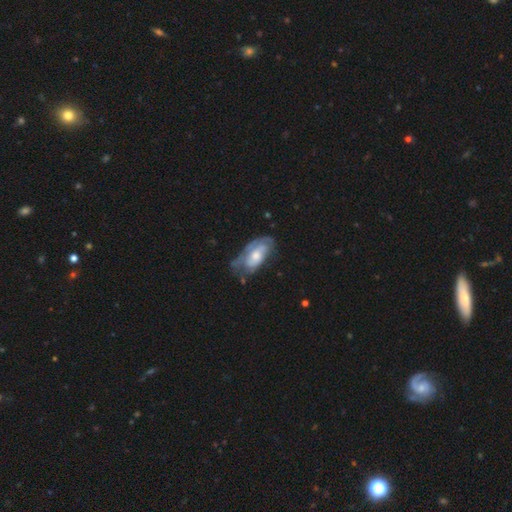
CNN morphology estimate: type=featured or disk (59%); edge-on=no (91%); bar=no (77%); spiral arms=yes (66%); bulge=moderate (53%); merging=none (44%).